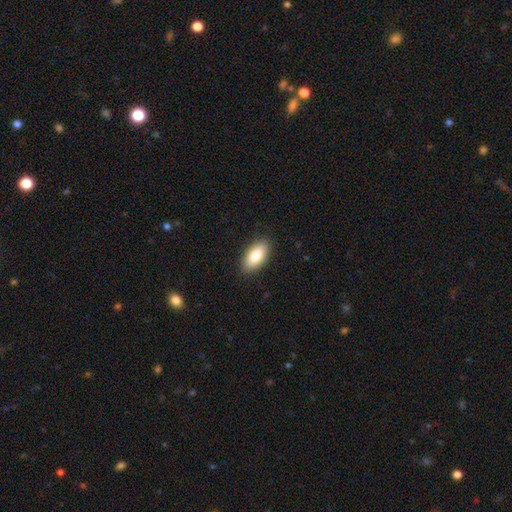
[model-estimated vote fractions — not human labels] smooth 82%, featured or disk 11%, star or artifact 6%. Down the decision tree: how rounded — in between (91%); merging — none (88%).